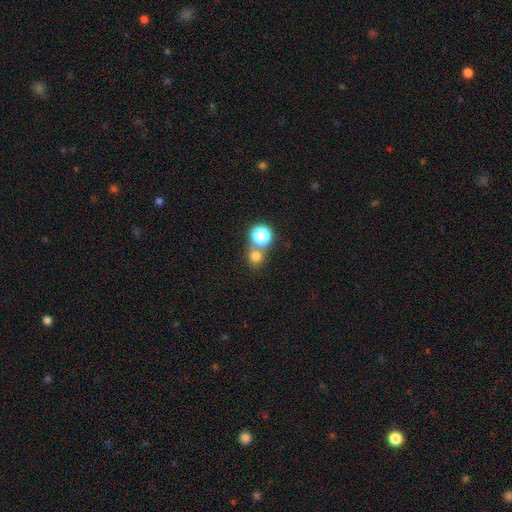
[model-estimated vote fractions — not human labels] smooth-or-featured: smooth: 70% | star or artifact: 22% | featured or disk: 8%
  how-rounded: round: 84% | in between: 15% | cigar-shaped: 1%
  merging: none: 58% | merger: 31% | minor disturbance: 7% | major disturbance: 3%